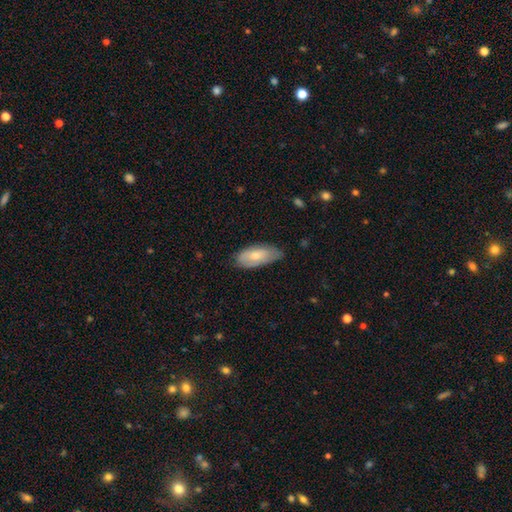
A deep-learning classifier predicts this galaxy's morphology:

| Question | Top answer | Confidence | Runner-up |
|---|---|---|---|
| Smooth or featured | smooth | 69% | featured or disk (25%) |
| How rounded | in between | 89% | cigar-shaped (9%) |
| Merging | none | 55% | minor disturbance (36%) |